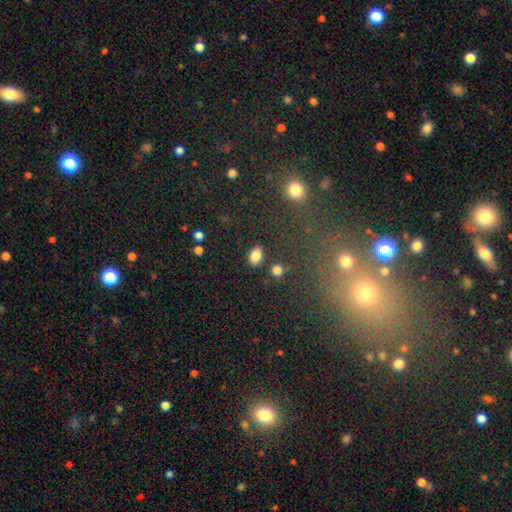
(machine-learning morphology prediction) Smooth or featured?
  - smooth: 85% *
  - star or artifact: 10%
  - featured or disk: 6%
How rounded?
  - in between: 86% *
  - round: 12%
  - cigar-shaped: 2%
Merging?
  - none: 84% *
  - minor disturbance: 9%
  - merger: 4%
  - major disturbance: 3%